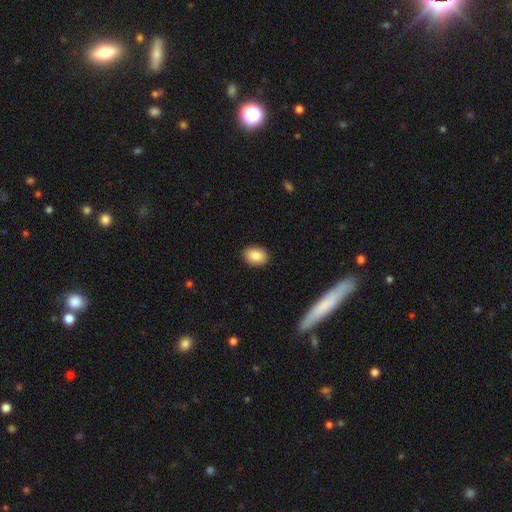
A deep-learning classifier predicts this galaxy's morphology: This is clearly a smooth galaxy (86%). How rounded: likely in between (73%). Merging: clearly none (90%).